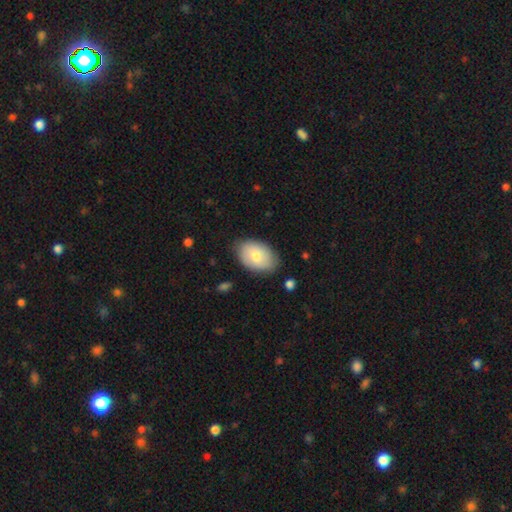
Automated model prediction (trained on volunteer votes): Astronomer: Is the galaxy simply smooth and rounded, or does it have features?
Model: smooth — 73%.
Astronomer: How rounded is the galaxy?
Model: in between — 87%.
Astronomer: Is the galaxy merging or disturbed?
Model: none — 79%.